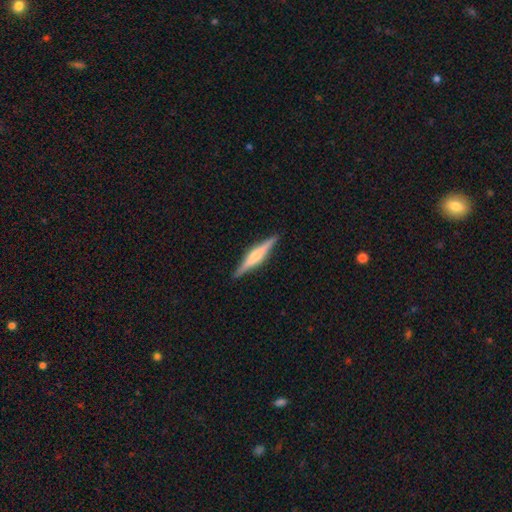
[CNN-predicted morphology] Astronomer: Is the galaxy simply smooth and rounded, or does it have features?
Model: featured or disk — 70%.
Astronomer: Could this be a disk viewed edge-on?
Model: yes — 98%.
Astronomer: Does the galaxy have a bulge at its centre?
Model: rounded — 78%.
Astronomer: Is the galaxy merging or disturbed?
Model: none — 91%.